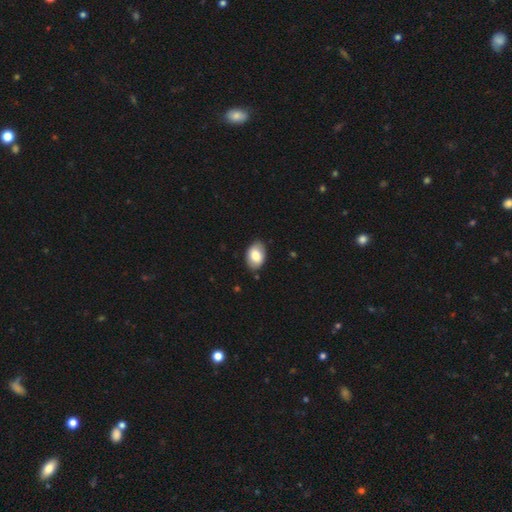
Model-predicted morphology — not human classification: type=smooth (81%); roundness=in between (89%); merging=none (83%).